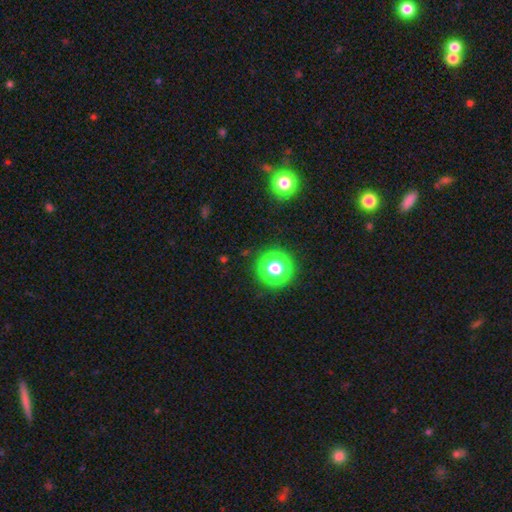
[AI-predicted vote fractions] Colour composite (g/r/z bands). It shows a star or artifact, not a galaxy (62%).